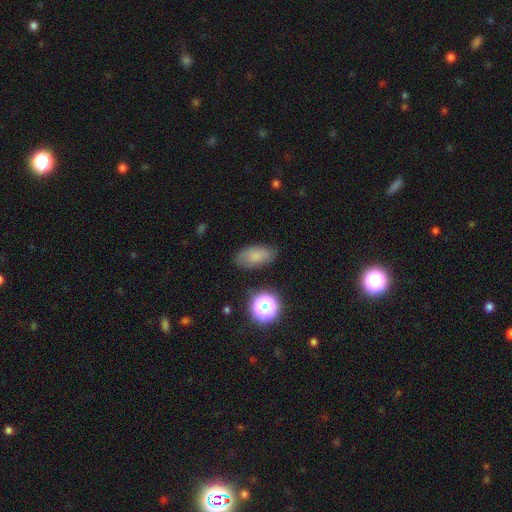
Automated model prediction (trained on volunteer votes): Smooth or featured? Predicted: smooth (p=0.75). How rounded? Predicted: in between (p=0.90). Merging? Predicted: none (p=0.77).